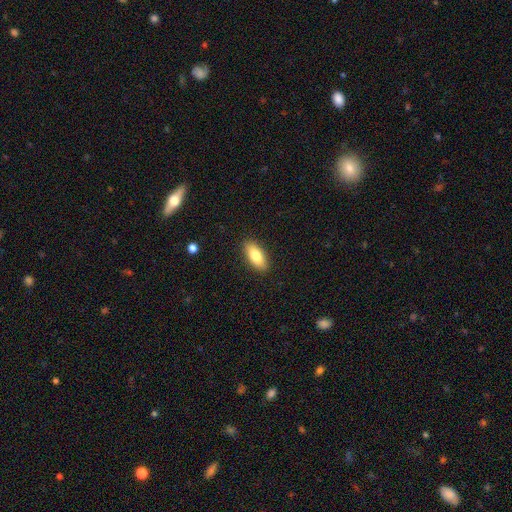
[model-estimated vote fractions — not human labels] Smooth or featured: smooth — 81% (featured or disk — 13%)
How rounded: in between — 84% (cigar-shaped — 13%)
Merging: none — 89% (minor disturbance — 8%)